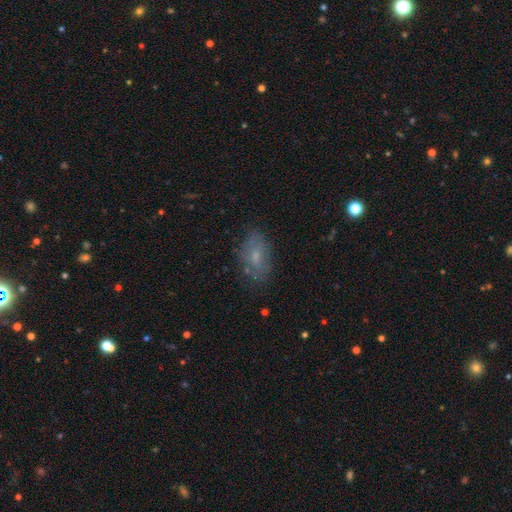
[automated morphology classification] smooth-or-featured: smooth: 57% | featured or disk: 32% | star or artifact: 11%
  how-rounded: in between: 89% | round: 8% | cigar-shaped: 3%
  merging: none: 70% | minor disturbance: 20% | major disturbance: 8% | merger: 2%